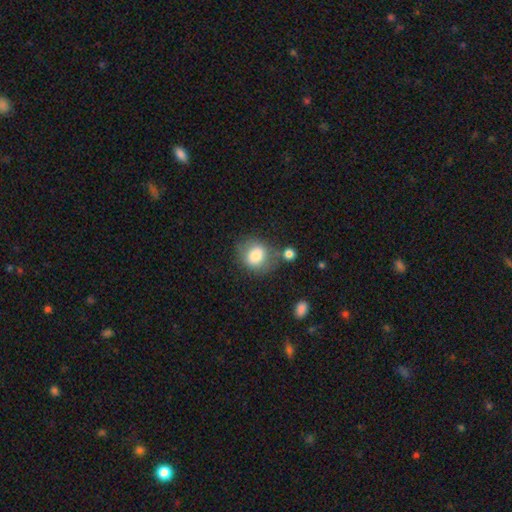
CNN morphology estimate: smooth_or_featured: smooth (p=0.79) [alt: featured or disk p=0.13]
how_rounded: round (p=0.68) [alt: in between p=0.31]
merging: none (p=0.55) [alt: minor disturbance p=0.20]